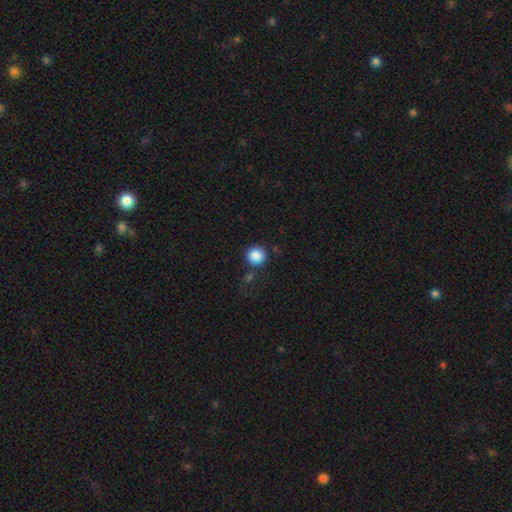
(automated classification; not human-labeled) Smooth or featured? Predicted: smooth (p=0.87). How rounded? Predicted: round (p=0.92). Merging? Predicted: none (p=0.79).